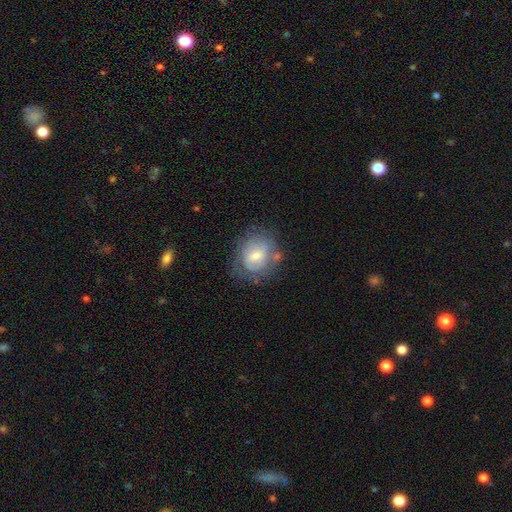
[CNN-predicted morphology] Smooth or featured? Predicted: smooth (p=0.53). How rounded? Predicted: round (p=0.62). Merging? Predicted: none (p=0.56).